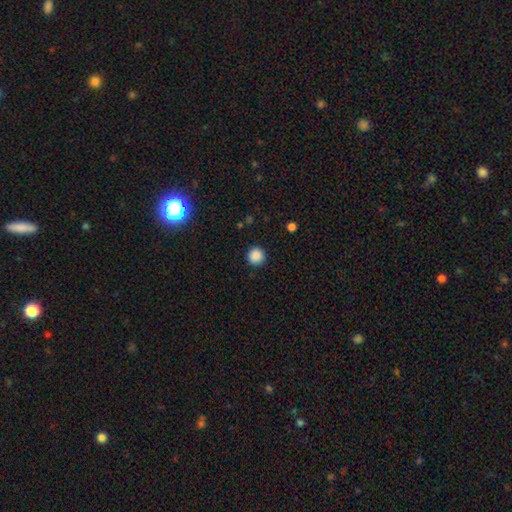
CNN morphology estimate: Smooth or featured?
  - smooth: 87% *
  - star or artifact: 10%
  - featured or disk: 3%
How rounded?
  - round: 95% *
  - in between: 4%
  - cigar-shaped: 1%
Merging?
  - none: 92% *
  - minor disturbance: 5%
  - major disturbance: 2%
  - merger: 1%